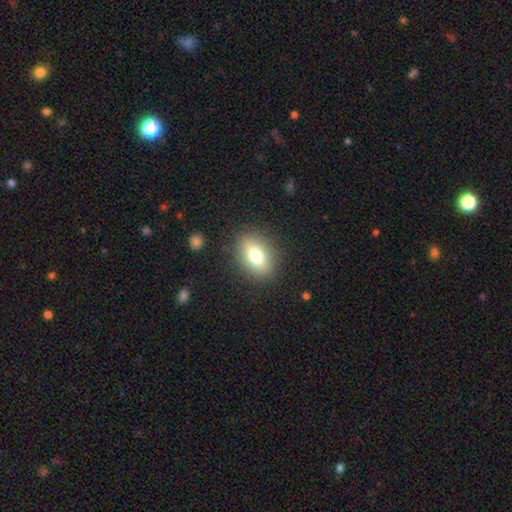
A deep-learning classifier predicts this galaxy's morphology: Q: Smooth or featured?
A: smooth (72%); runner-up: featured or disk (18%)
Q: How rounded?
A: in between (70%); runner-up: round (27%)
Q: Merging?
A: none (86%); runner-up: minor disturbance (9%)